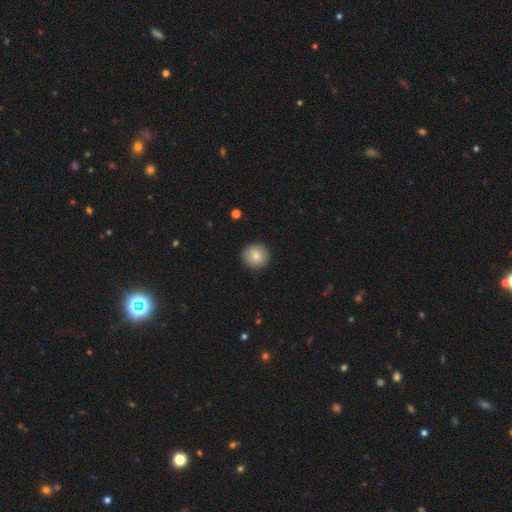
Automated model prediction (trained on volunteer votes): Smooth or featured?
  - smooth: 81% *
  - featured or disk: 10%
  - star or artifact: 9%
How rounded?
  - round: 94% *
  - in between: 5%
  - cigar-shaped: 1%
Merging?
  - none: 90% *
  - minor disturbance: 7%
  - major disturbance: 2%
  - merger: 1%